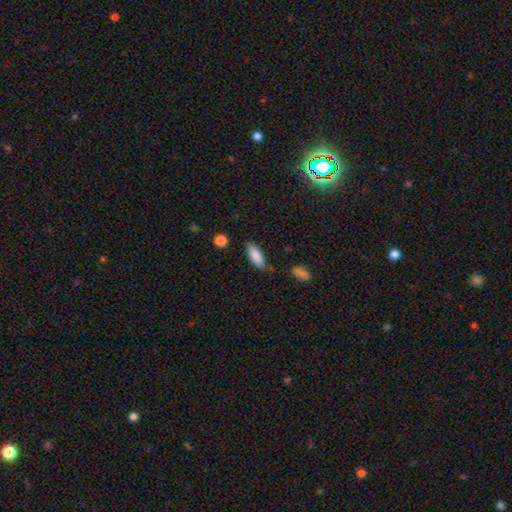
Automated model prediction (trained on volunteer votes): Smooth or featured?
  - smooth: 86% *
  - featured or disk: 8%
  - star or artifact: 6%
How rounded?
  - in between: 72% *
  - cigar-shaped: 26%
  - round: 2%
Merging?
  - none: 76% *
  - minor disturbance: 17%
  - merger: 4%
  - major disturbance: 3%